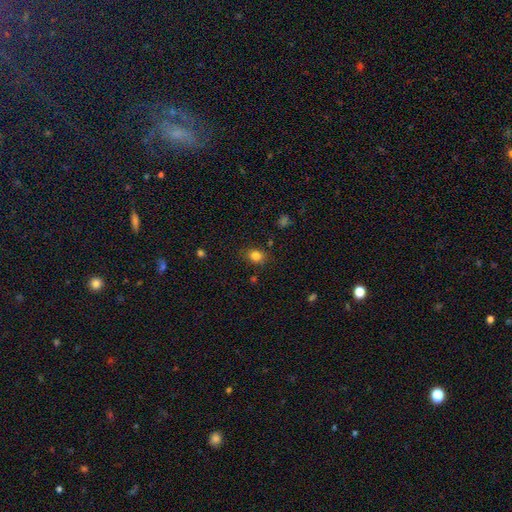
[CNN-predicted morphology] smooth-or-featured: smooth: 81% | star or artifact: 13% | featured or disk: 6%
  how-rounded: round: 53% | in between: 46% | cigar-shaped: 1%
  merging: none: 82% | minor disturbance: 12% | major disturbance: 3% | merger: 2%